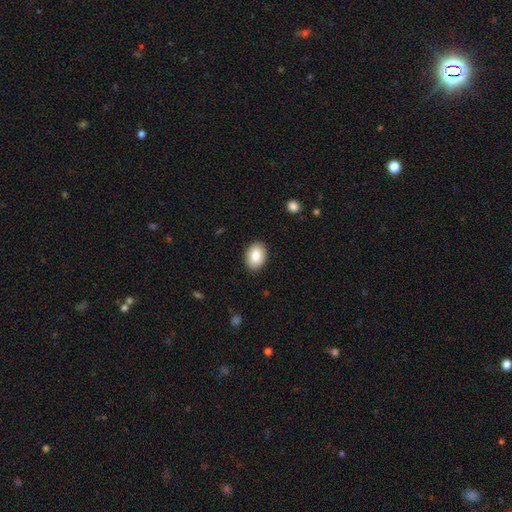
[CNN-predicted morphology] This appears to be a smooth galaxy with no disk features (85%) that is in between round and cigar-shaped (79%). Merging: none (89%).